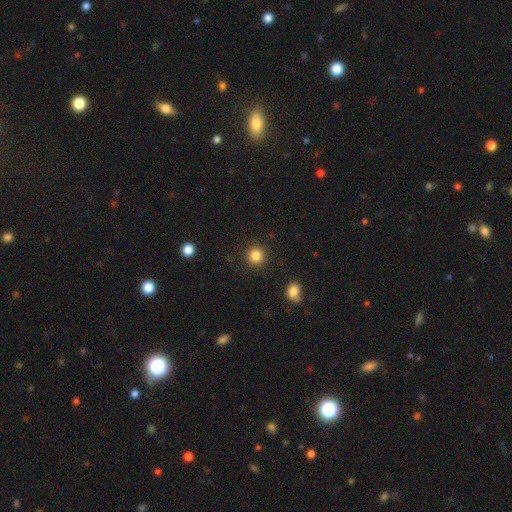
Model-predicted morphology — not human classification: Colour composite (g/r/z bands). It shows a smooth galaxy with no disk features (85%) that is round (93%). Merging: none (91%).